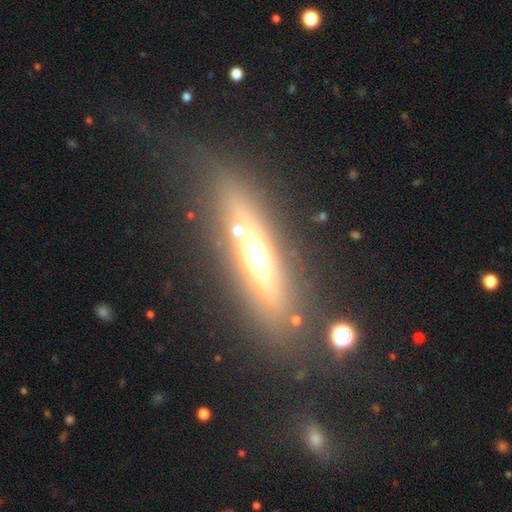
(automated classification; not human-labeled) Smooth or featured: featured or disk — 55% (smooth — 32%)
Edge-on disk: yes — 82% (no — 18%)
Merging: none — 73% (minor disturbance — 14%)